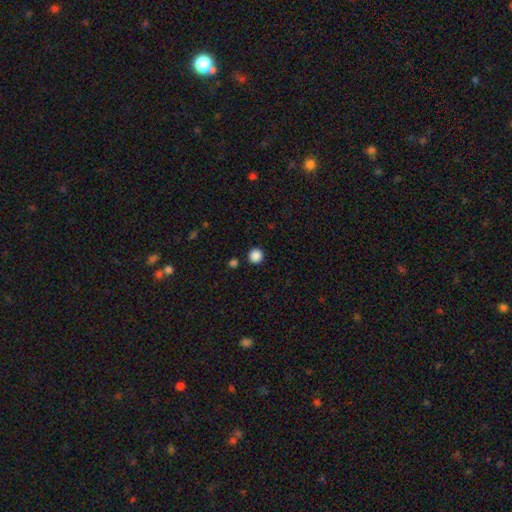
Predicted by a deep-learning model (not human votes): A smooth galaxy with no disk features (87%) that is round (95%).

Vote fractions:
- Smooth or featured? smooth: 87% / star or artifact: 10% / featured or disk: 2%
- How rounded? round: 95% / in between: 4% / cigar-shaped: 1%
- Merging? none: 90% / minor disturbance: 5% / merger: 2% / major disturbance: 2%